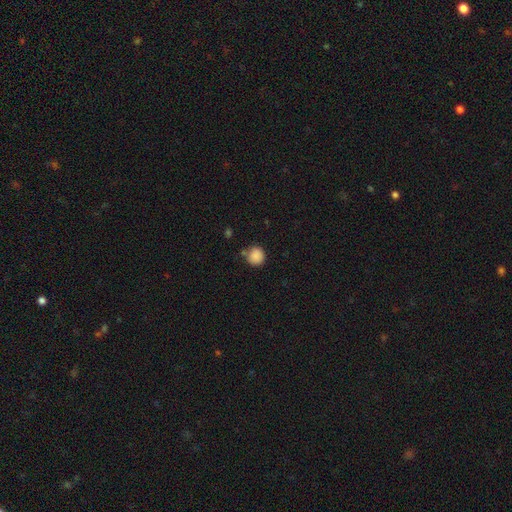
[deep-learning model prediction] Smooth or featured? Predicted: smooth (p=0.88). How rounded? Predicted: round (p=0.91). Merging? Predicted: none (p=0.76).